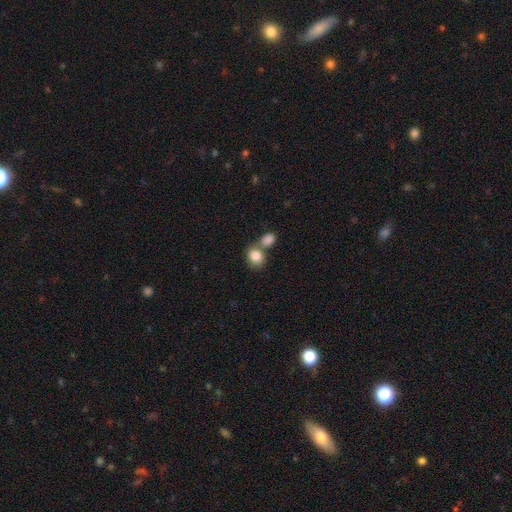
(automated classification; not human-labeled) Smooth or featured?
  - smooth: 84% *
  - star or artifact: 8%
  - featured or disk: 8%
How rounded?
  - round: 56% *
  - in between: 43%
  - cigar-shaped: 1%
Merging?
  - none: 44% *
  - merger: 43%
  - minor disturbance: 10%
  - major disturbance: 3%